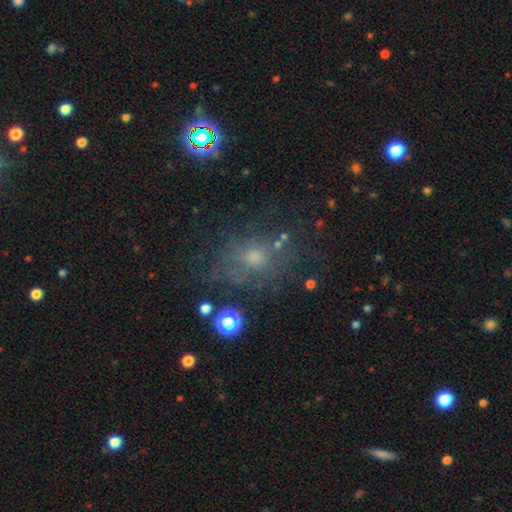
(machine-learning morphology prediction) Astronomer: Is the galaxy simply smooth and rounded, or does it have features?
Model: smooth — 49% (runner-up: featured or disk, 29%).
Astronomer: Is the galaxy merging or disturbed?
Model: none — 61%.